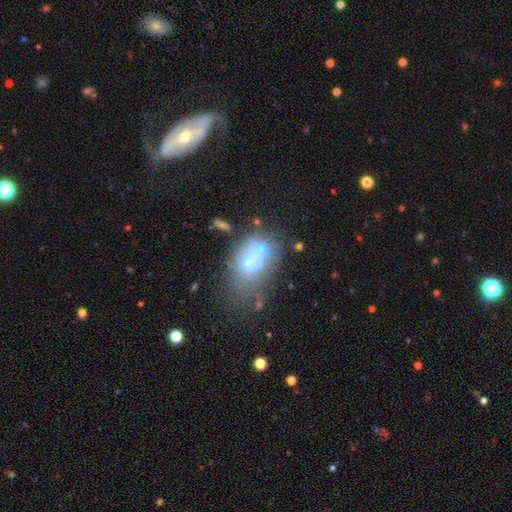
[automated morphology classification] Smooth or featured? smooth (49%)
Merging? merger (58%)